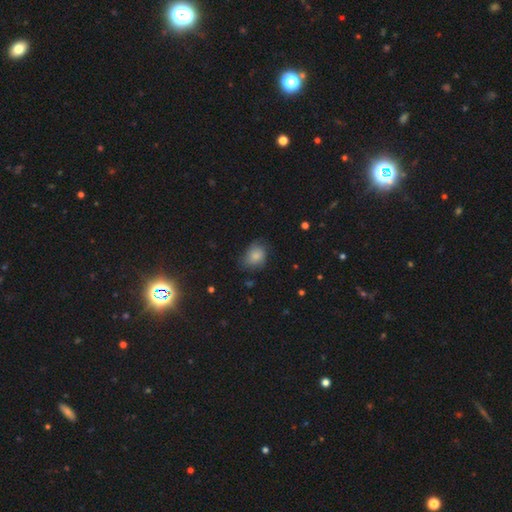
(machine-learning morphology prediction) A smooth galaxy with no disk features (75%) that is in between round and cigar-shaped (56%).

Vote fractions:
- Smooth or featured? smooth: 75% / featured or disk: 16% / star or artifact: 9%
- How rounded? in between: 56% / round: 43% / cigar-shaped: 1%
- Merging? none: 60% / minor disturbance: 30% / major disturbance: 9% / merger: 1%